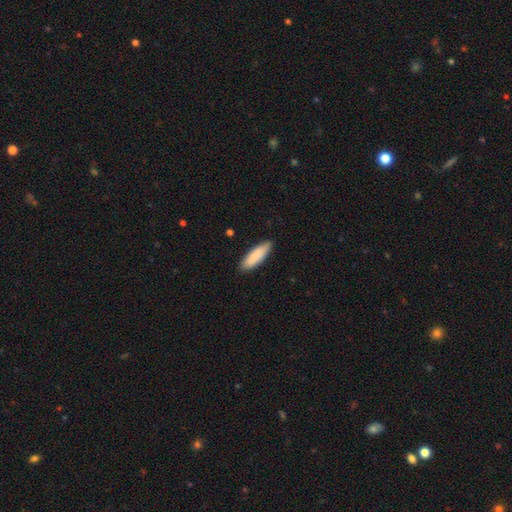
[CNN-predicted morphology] smooth 88%, featured or disk 7%, star or artifact 5%. Down the decision tree: how rounded — in between (52%); merging — none (88%).